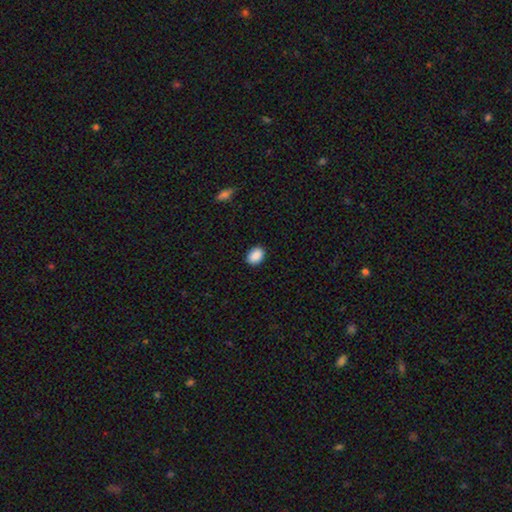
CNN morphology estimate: Overall: smooth (90%). How rounded: in between (80%). Merging: none (89%).